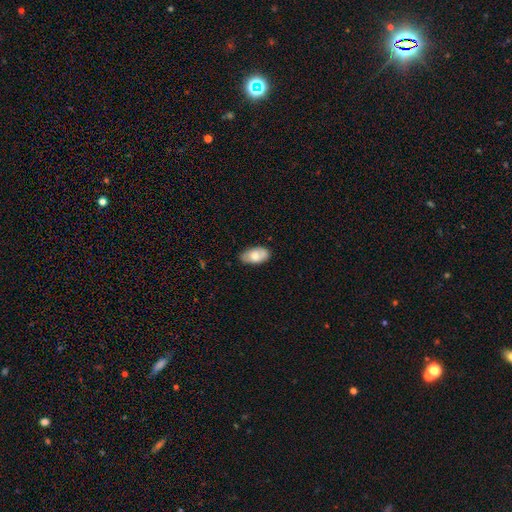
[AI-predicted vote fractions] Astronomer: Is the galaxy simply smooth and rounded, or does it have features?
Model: smooth — 73%.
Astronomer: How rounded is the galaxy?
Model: in between — 94%.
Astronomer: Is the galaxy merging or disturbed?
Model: none — 82%.